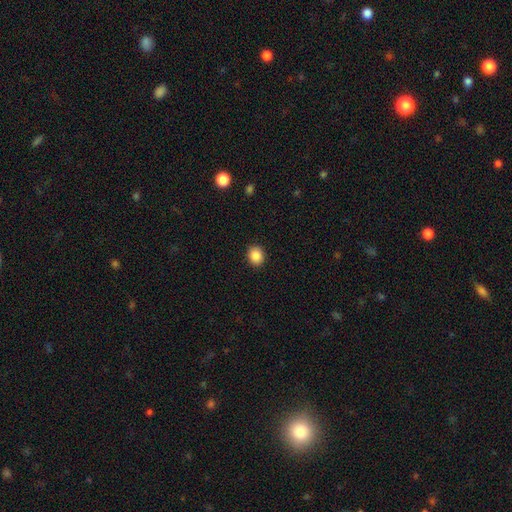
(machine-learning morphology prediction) type=smooth (87%); roundness=round (68%); merging=none (91%).